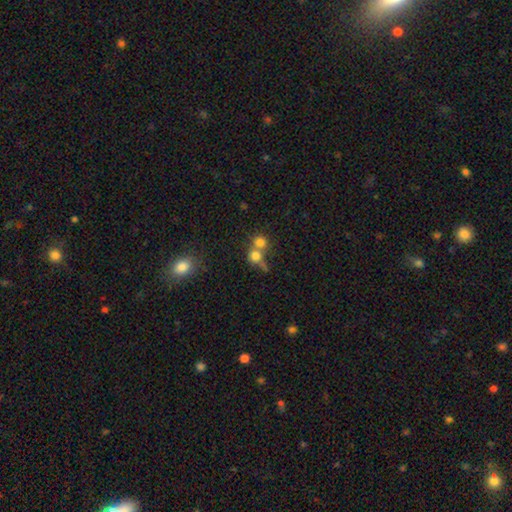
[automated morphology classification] Smooth or featured: smooth — 73% (featured or disk — 14%)
How rounded: round — 85% (in between — 14%)
Merging: merger — 54% (none — 36%)